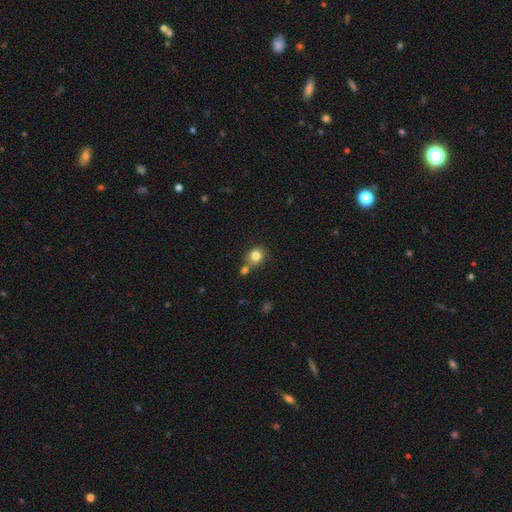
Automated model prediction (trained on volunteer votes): Morphology: type=smooth (82%); roundness=round (76%); merging=none (59%).